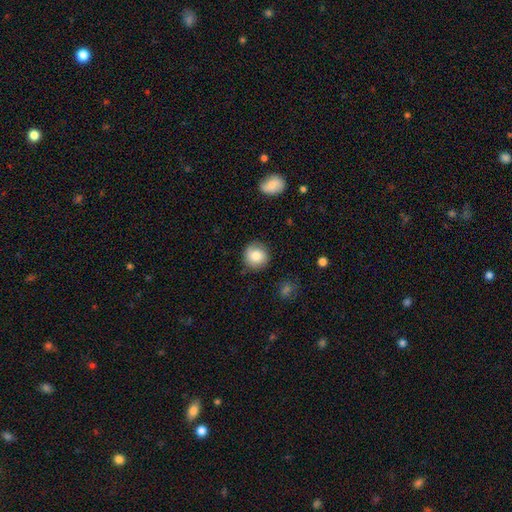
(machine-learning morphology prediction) This appears to be a smooth galaxy with no disk features (80%) that is round (91%). Merging: none (82%).